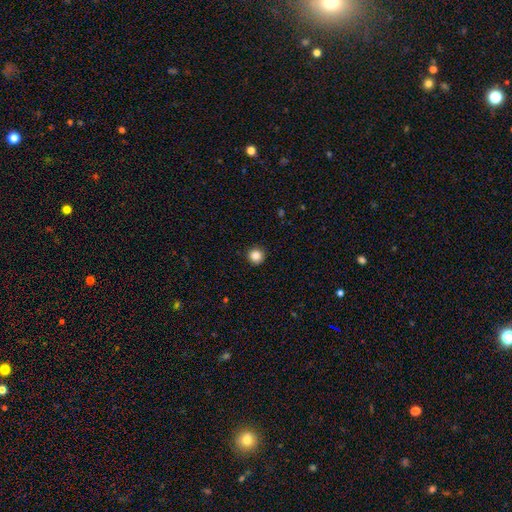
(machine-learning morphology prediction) This is clearly a smooth galaxy (86%). How rounded: clearly round (95%). Merging: clearly none (91%).